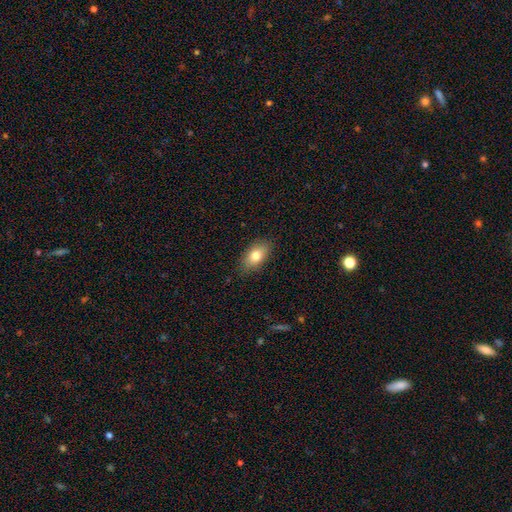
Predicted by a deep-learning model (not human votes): Morphology: type=smooth (78%); roundness=in between (87%); merging=none (84%).